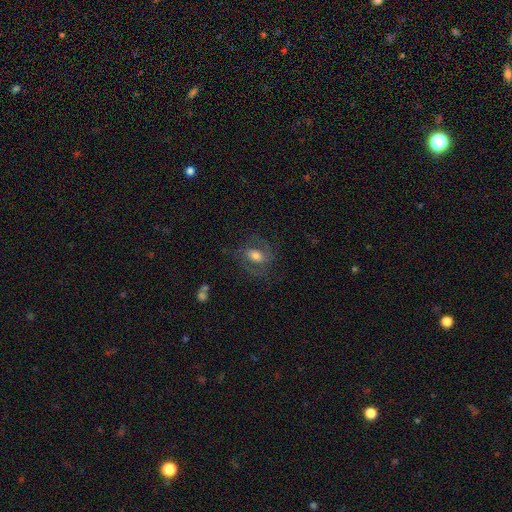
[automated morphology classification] The model was most divided on "smooth or featured": featured or disk: 52%, smooth: 39%, star or artifact: 9%. More confident: edge-on disk — no (95%); merging — none (63%).